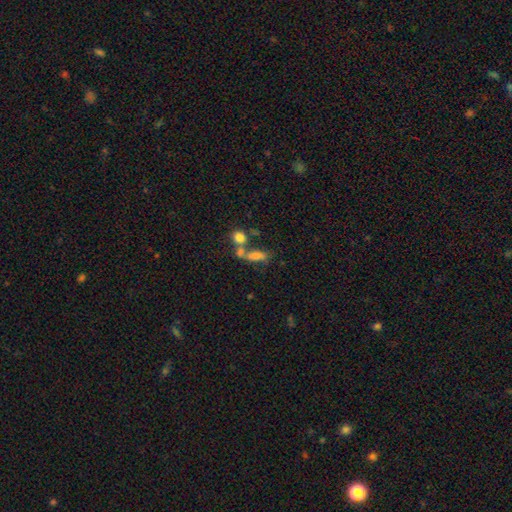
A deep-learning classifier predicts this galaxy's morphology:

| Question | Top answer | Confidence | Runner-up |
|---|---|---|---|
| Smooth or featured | smooth | 65% | featured or disk (21%) |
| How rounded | in between | 65% | cigar-shaped (24%) |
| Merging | merger | 42% | none (35%) |